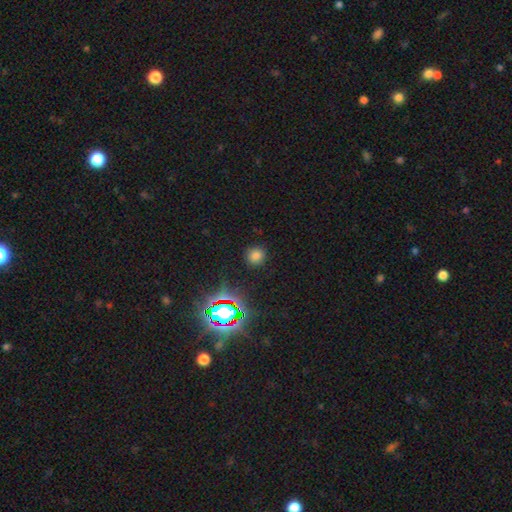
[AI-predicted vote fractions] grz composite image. It shows a smooth galaxy with no disk features (71%) that is round (90%). Merging: none (87%).